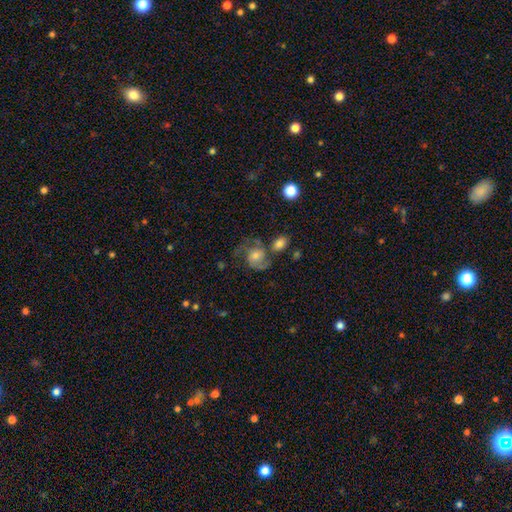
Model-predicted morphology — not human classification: Smooth or featured: featured or disk — 72% (smooth — 18%)
Edge-on disk: no — 98% (yes — 2%)
Bar: no — 71% (weak — 24%)
Spiral arms: yes — 93% (no — 7%)
Spiral winding: medium — 52% (loose — 26%)
Spiral arm count: 2 — 79% (can't tell — 7%)
Bulge size: moderate — 54% (small — 36%)
Merging: none — 52% (minor disturbance — 18%)